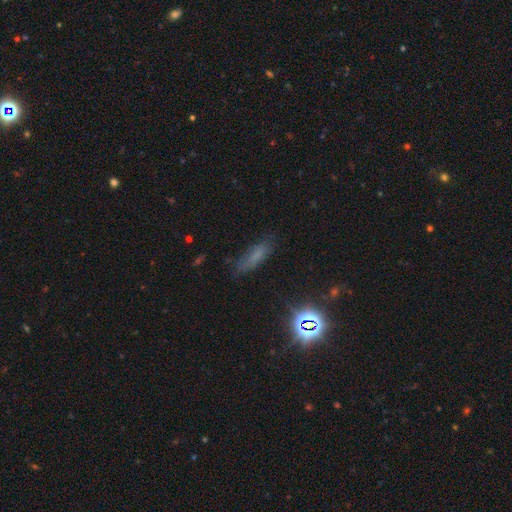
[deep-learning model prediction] This appears to be a smooth galaxy with no disk features (58%) that is cigar-shaped (52%). Merging: none (66%).